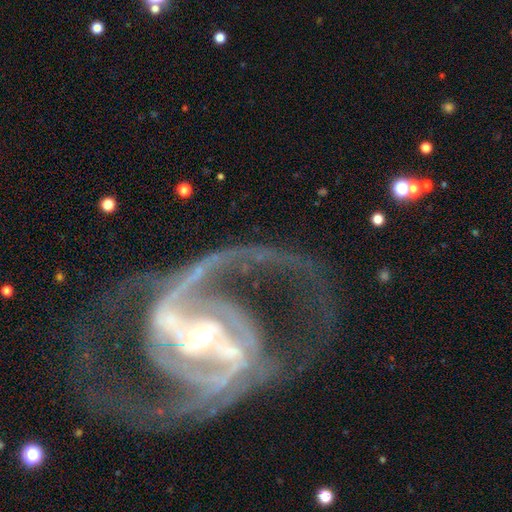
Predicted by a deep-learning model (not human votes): smooth-or-featured: featured or disk: 93% | star or artifact: 5% | smooth: 2%
  disk-edge-on: no: 97% | yes: 3%
    bar: strong: 67% | weak: 24% | no: 9%
    has-spiral-arms: yes: 98% | no: 2%
      spiral-winding: medium: 59% | tight: 21% | loose: 20%
      spiral-arm-count: 2: 81% | 3: 7% | can't tell: 4% | 1: 3% | 4: 3% | more than 4: 3%
    bulge-size: small: 55% | moderate: 37% | large: 5% | none: 1% | dominant: 1%
  merging: none: 64% | major disturbance: 19% | minor disturbance: 14% | merger: 3%